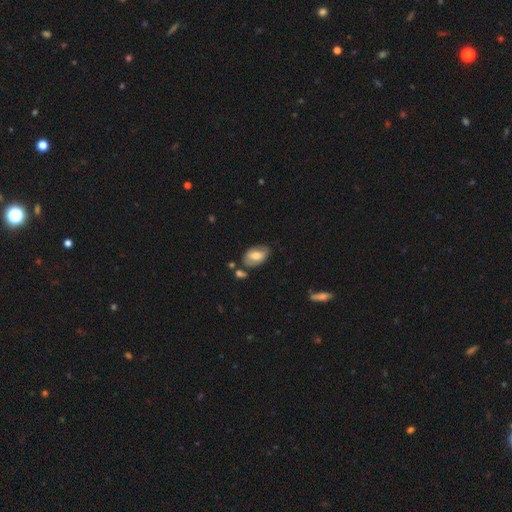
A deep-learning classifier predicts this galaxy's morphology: smooth-or-featured: smooth: 62% | featured or disk: 31% | star or artifact: 7%
  how-rounded: in between: 90% | round: 9% | cigar-shaped: 2%
  merging: none: 63% | minor disturbance: 22% | merger: 9% | major disturbance: 6%